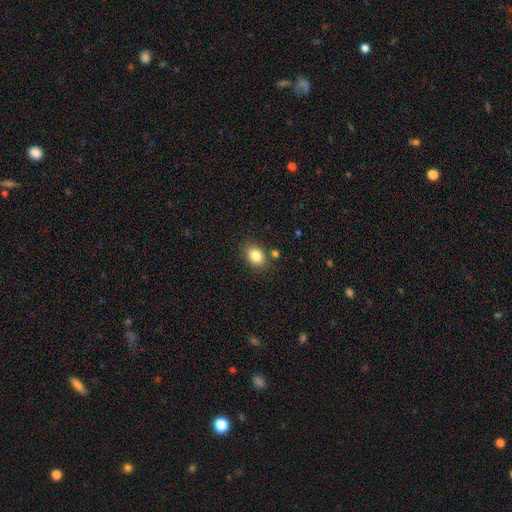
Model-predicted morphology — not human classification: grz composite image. It shows a smooth galaxy with no disk features (84%) that is in between round and cigar-shaped (67%). Merging: none (81%).